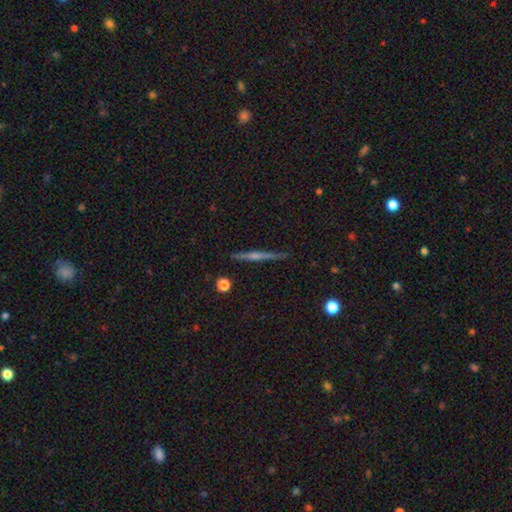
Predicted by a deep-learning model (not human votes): Smooth or featured: featured or disk — 69% (smooth — 24%)
Edge-on disk: yes — 98% (no — 2%)
Edge-on bulge: rounded — 60% (none — 30%)
Merging: none — 89% (minor disturbance — 8%)